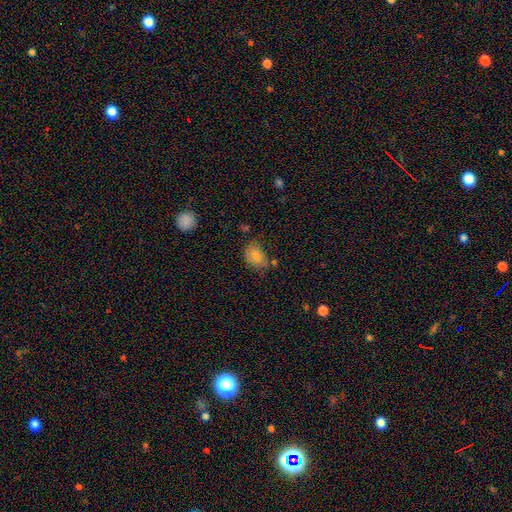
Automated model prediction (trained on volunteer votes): Smooth or featured?
  - smooth: 69% *
  - featured or disk: 16%
  - star or artifact: 15%
How rounded?
  - in between: 59% *
  - round: 39%
  - cigar-shaped: 1%
Merging?
  - none: 63% *
  - minor disturbance: 24%
  - merger: 6%
  - major disturbance: 6%